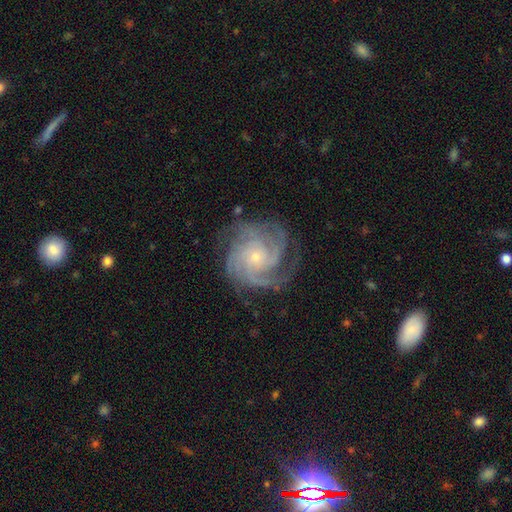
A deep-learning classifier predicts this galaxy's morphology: type=featured or disk (90%); edge-on=no (98%); bar=no (76%); spiral arms=yes (98%); winding=tight (69%); arm count=4 (37%); bulge=small (77%); merging=none (77%).